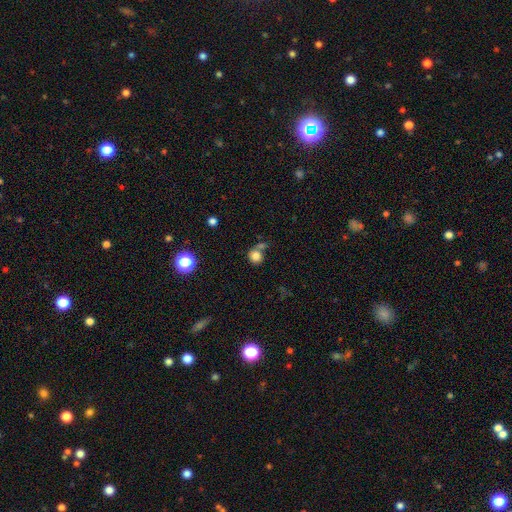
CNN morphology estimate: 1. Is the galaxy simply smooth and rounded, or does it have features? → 80% smooth, 12% star or artifact, 8% featured or disk.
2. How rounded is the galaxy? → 82% round, 17% in between, 1% cigar-shaped.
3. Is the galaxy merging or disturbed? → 51% none, 27% merger, 14% minor disturbance, 8% major disturbance.